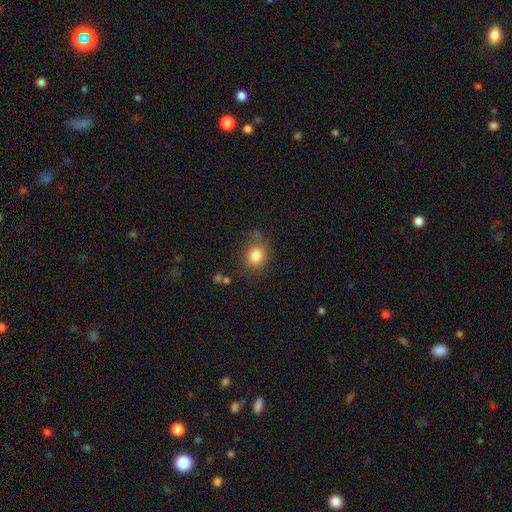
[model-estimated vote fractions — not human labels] A smooth galaxy with no disk features (82%) that is round (67%).

Vote fractions:
- Smooth or featured? smooth: 82% / star or artifact: 10% / featured or disk: 7%
- How rounded? round: 67% / in between: 32% / cigar-shaped: 1%
- Merging? none: 70% / minor disturbance: 20% / major disturbance: 6% / merger: 4%